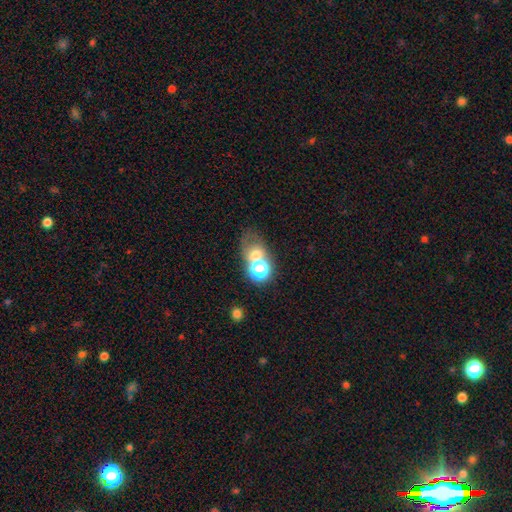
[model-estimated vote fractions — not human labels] A smooth galaxy with no disk features (58%) that is round (54%). Merging: merger (41%).